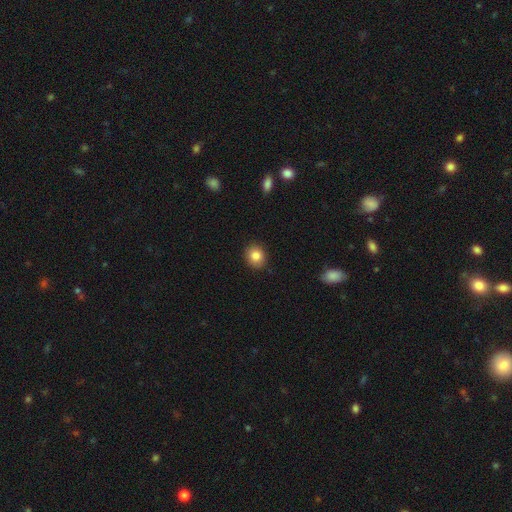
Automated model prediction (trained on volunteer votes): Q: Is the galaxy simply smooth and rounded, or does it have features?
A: smooth — 84%.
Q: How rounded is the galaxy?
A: round — 74%.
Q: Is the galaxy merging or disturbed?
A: none — 89%.